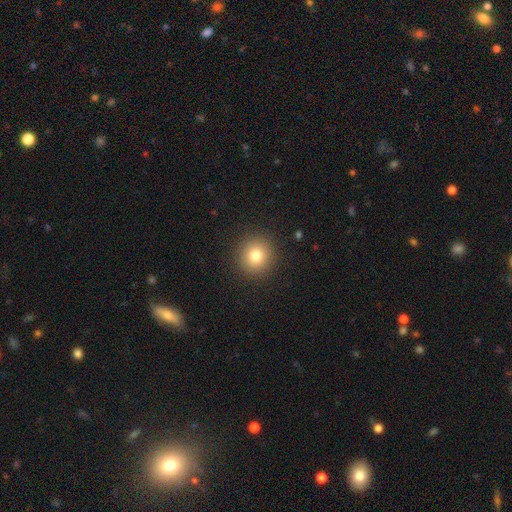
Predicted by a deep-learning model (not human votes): smooth_or_featured: smooth (p=0.79) [alt: star or artifact p=0.12]
how_rounded: round (p=0.92) [alt: in between p=0.07]
merging: none (p=0.91) [alt: minor disturbance p=0.06]